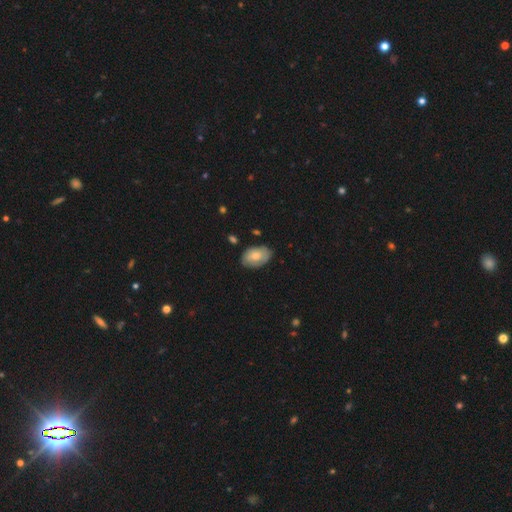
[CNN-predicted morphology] A smooth galaxy with no disk features (66%) that is in between round and cigar-shaped (90%).

Vote fractions:
- Smooth or featured? smooth: 66% / featured or disk: 27% / star or artifact: 6%
- How rounded? in between: 90% / round: 9% / cigar-shaped: 1%
- Merging? none: 74% / minor disturbance: 21% / major disturbance: 4% / merger: 2%